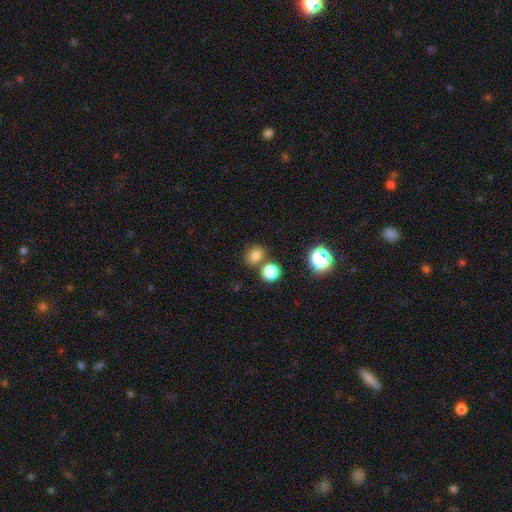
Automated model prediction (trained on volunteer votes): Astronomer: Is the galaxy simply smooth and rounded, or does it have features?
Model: smooth — 76%.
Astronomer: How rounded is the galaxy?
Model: round — 60% (runner-up: in between, 39%).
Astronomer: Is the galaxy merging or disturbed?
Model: none — 70%.